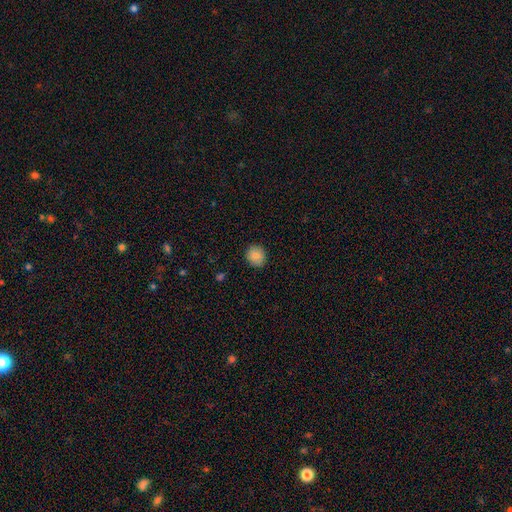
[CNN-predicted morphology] This is clearly a smooth galaxy (87%). How rounded: clearly round (84%). Merging: clearly none (89%).